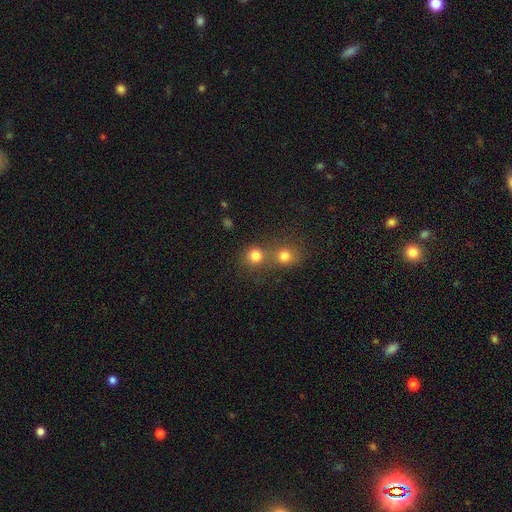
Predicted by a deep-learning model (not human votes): A smooth galaxy with no disk features (80%) that is round (89%). Merging: none (54%).